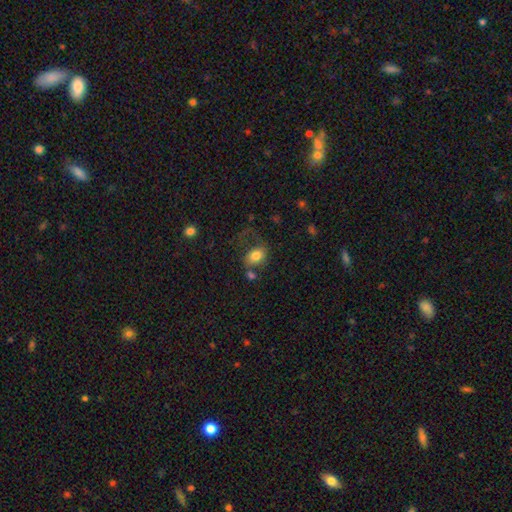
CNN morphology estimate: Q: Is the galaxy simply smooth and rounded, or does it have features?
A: smooth — 74%.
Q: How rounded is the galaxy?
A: in between — 71%.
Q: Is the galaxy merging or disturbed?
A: none — 39%.